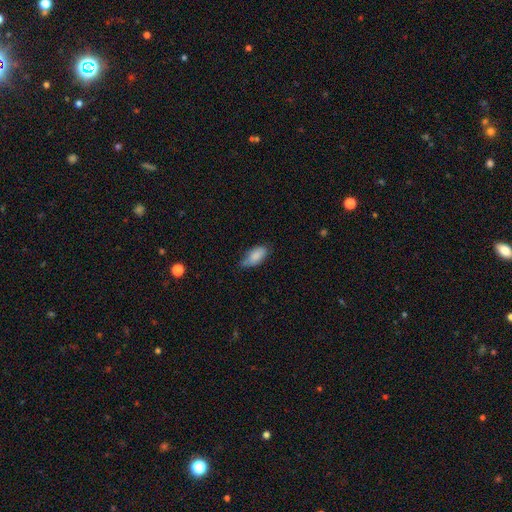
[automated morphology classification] This appears to be a smooth galaxy with no disk features (84%) that is in between round and cigar-shaped (90%). Merging: none (55%).